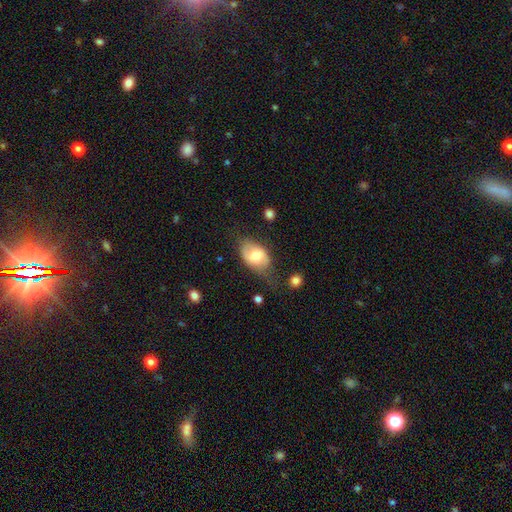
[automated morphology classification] The model was most divided on "merging": none: 50%, minor disturbance: 32%, major disturbance: 14%, merger: 3%. More confident: how rounded — in between (87%); smooth or featured — smooth (61%).